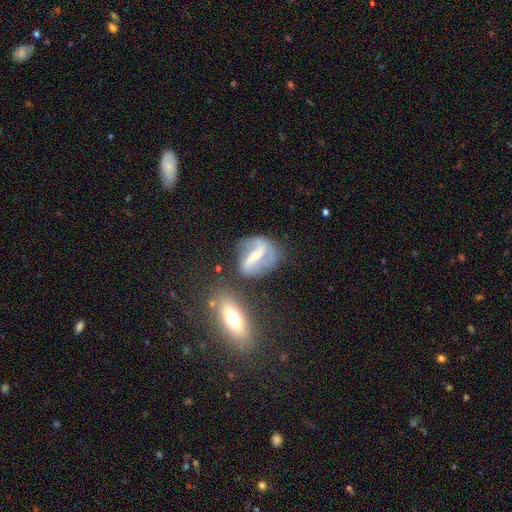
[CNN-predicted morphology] Smooth or featured?
  - featured or disk: 76% *
  - smooth: 17%
  - star or artifact: 7%
Edge-on disk?
  - no: 91% *
  - yes: 9%
Bar?
  - strong: 63% *
  - weak: 26%
  - no: 12%
Spiral arms?
  - yes: 80% *
  - no: 20%
Spiral winding?
  - loose: 48% *
  - medium: 35%
  - tight: 17%
Spiral arm count?
  - 2: 82% *
  - can't tell: 9%
  - 1: 5%
  - 3: 2%
  - 4: 1%
  - more than 4: 1%
Bulge size?
  - small: 55% *
  - moderate: 33%
  - none: 7%
  - large: 3%
  - dominant: 1%
Merging?
  - none: 56% *
  - minor disturbance: 20%
  - major disturbance: 13%
  - merger: 11%